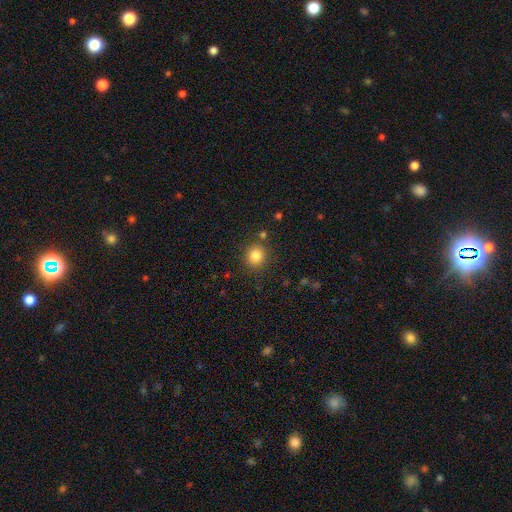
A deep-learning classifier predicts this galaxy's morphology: A smooth galaxy with no disk features (83%) that is round (88%).

Vote fractions:
- Smooth or featured? smooth: 83% / star or artifact: 12% / featured or disk: 5%
- How rounded? round: 88% / in between: 11% / cigar-shaped: 1%
- Merging? none: 84% / minor disturbance: 9% / merger: 4% / major disturbance: 3%